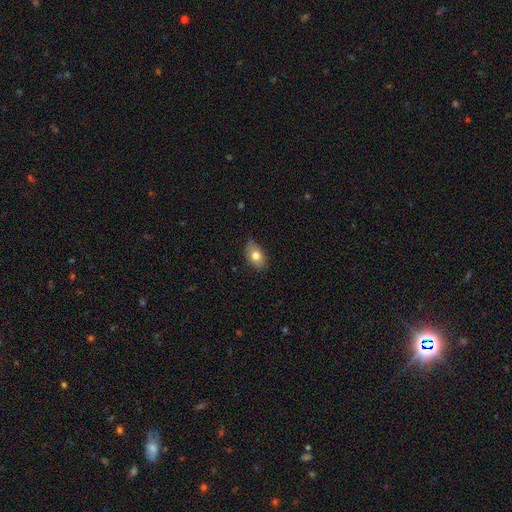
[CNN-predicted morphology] Overall: smooth (76%). How rounded: in between (83%). Merging: none (72%).